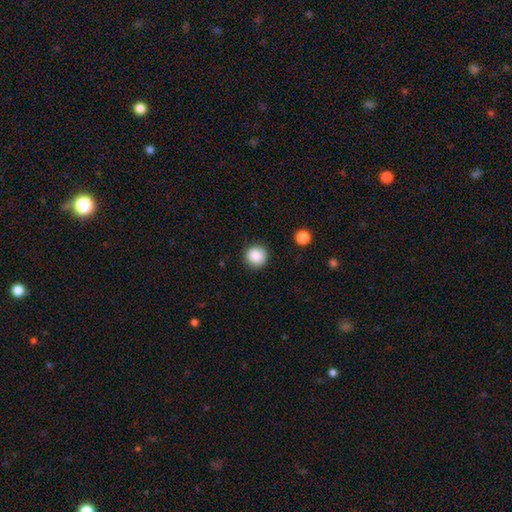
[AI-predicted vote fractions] Morphology: type=smooth (87%); roundness=round (95%); merging=none (90%).